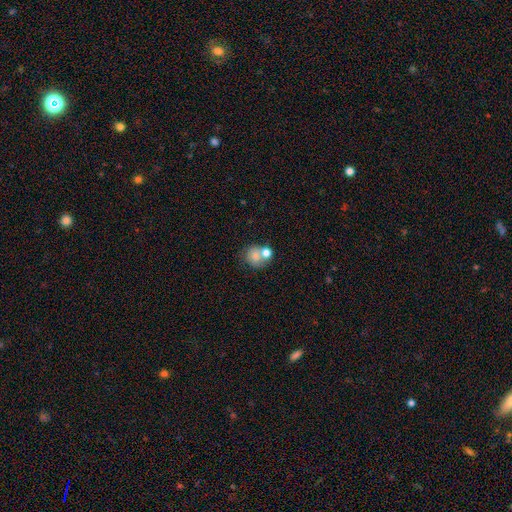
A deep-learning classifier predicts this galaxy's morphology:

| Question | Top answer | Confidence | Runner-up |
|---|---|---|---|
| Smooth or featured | smooth | 74% | featured or disk (17%) |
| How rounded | round | 78% | in between (21%) |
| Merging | none | 41% | tied: merger (41%) |